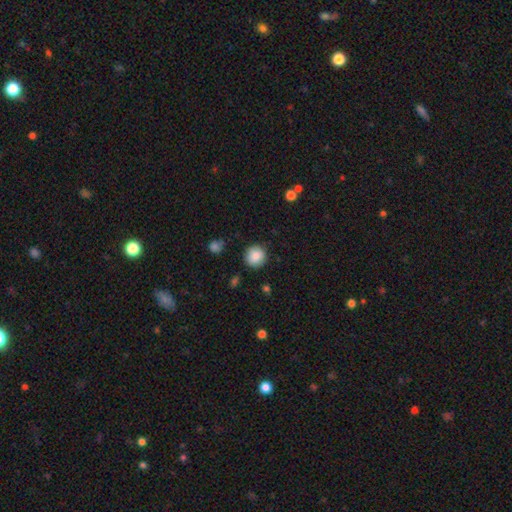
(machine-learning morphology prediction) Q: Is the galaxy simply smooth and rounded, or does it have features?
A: smooth — 86%.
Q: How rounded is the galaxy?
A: round — 92%.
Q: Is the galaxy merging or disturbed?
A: none — 85%.